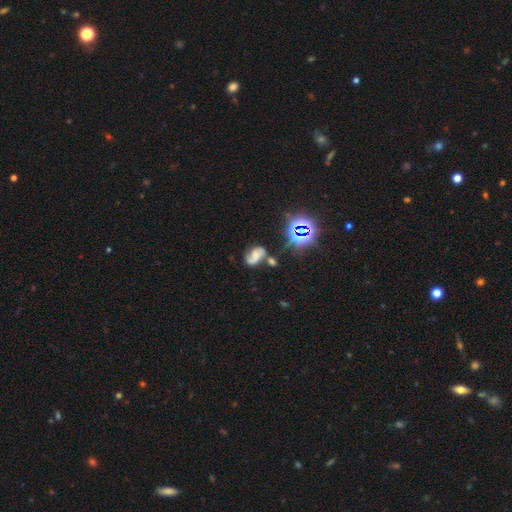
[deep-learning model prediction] This is possibly a featured or disk galaxy (55%). It is clearly not viewed edge-on (97%). Bar: likely no (62%). Spiral arm pattern: clearly yes (83%). Central bulge: marginally none (37%). Merging: marginally none (41%).